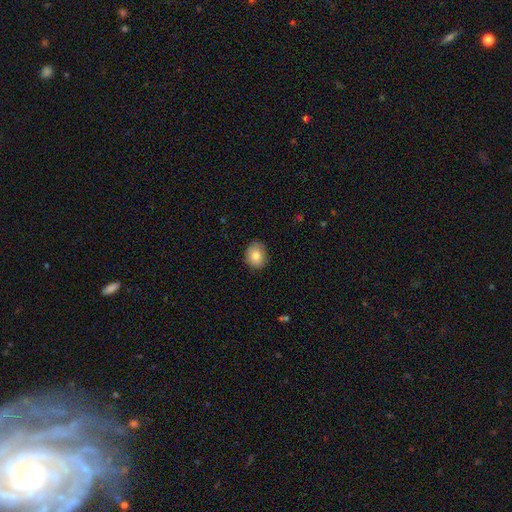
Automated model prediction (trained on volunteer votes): smooth 82%, featured or disk 10%, star or artifact 8%. Down the decision tree: how rounded — round (55%); merging — none (84%).